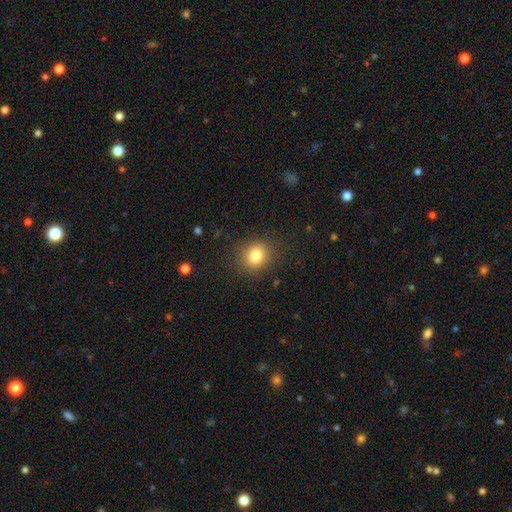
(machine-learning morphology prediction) smooth_or_featured: smooth (p=0.82) [alt: star or artifact p=0.11]
how_rounded: round (p=0.77) [alt: in between p=0.23]
merging: none (p=0.87) [alt: minor disturbance p=0.09]